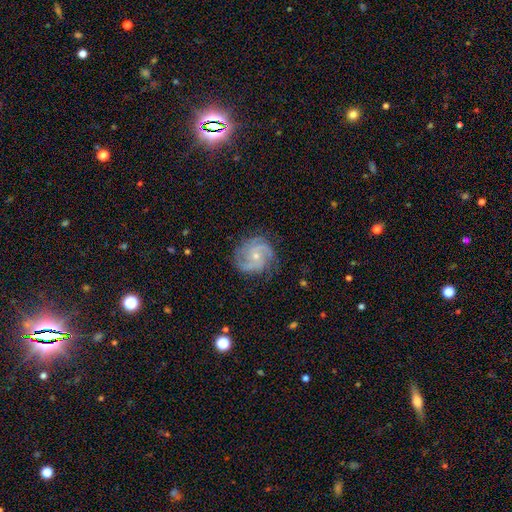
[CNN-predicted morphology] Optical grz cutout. It shows a featured or disk galaxy (89%) with no bar (71%), 3 (44%) tight (48%) spiral arms (98%) and a small central bulge (70%). Merging: none (78%).